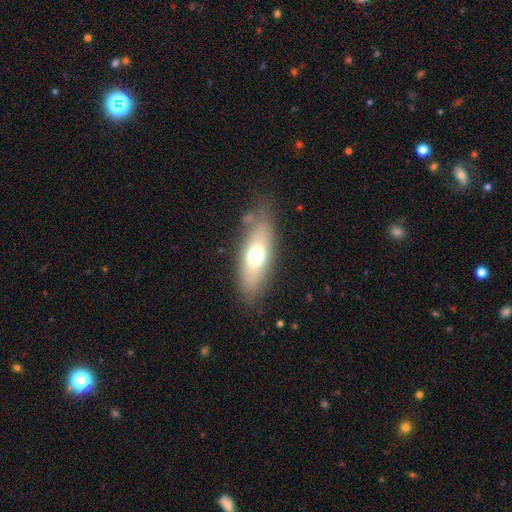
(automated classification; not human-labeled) This is likely a smooth galaxy (63%). How rounded: likely in between (69%). Merging: likely none (77%).